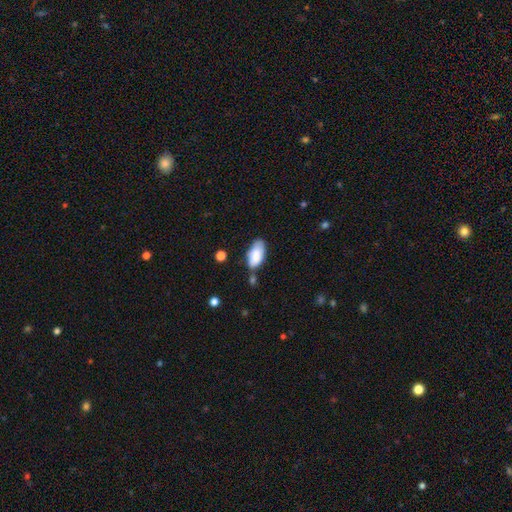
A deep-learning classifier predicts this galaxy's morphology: smooth_or_featured: smooth (p=0.85) [alt: featured or disk p=0.08]
how_rounded: in between (p=0.93) [alt: cigar-shaped p=0.04]
merging: none (p=0.60) [alt: minor disturbance p=0.26]